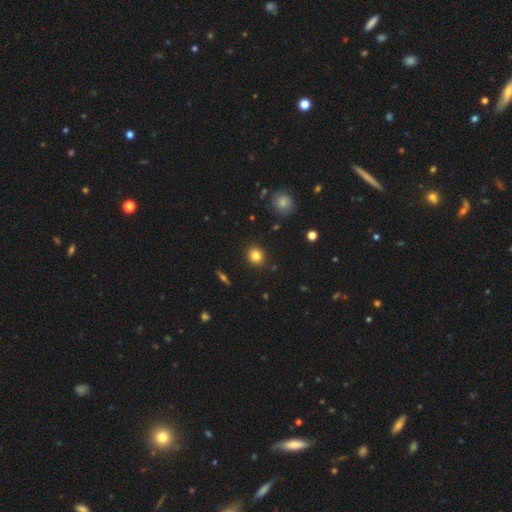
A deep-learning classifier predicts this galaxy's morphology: A smooth galaxy with no disk features (82%) that is round (84%). Merging: none (90%).